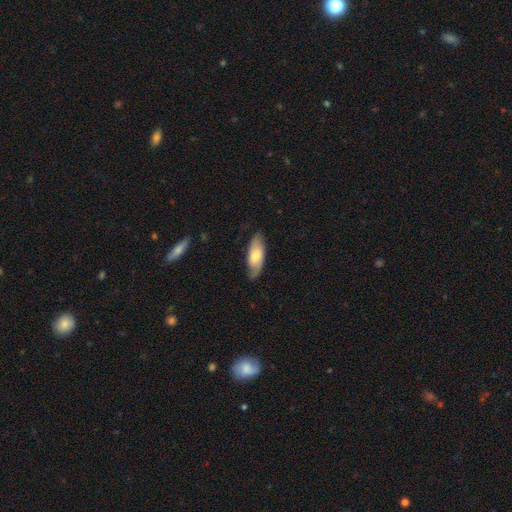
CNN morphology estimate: The model was most divided on "smooth or featured": smooth: 63%, featured or disk: 32%, star or artifact: 6%. More confident: how rounded — in between (78%); merging — none (75%).